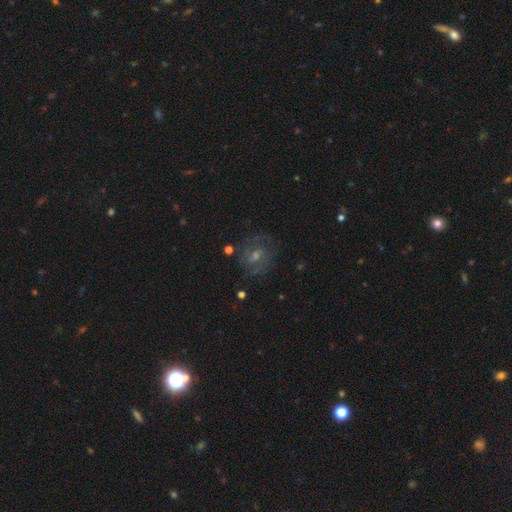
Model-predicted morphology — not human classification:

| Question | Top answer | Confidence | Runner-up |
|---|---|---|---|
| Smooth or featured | featured or disk | 61% | smooth (20%) |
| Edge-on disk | no | 97% | yes (3%) |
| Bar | weak | 48% | no (41%) |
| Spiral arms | yes | 82% | no (18%) |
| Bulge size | small | 47% | moderate (42%) |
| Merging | none | 76% | minor disturbance (14%) |